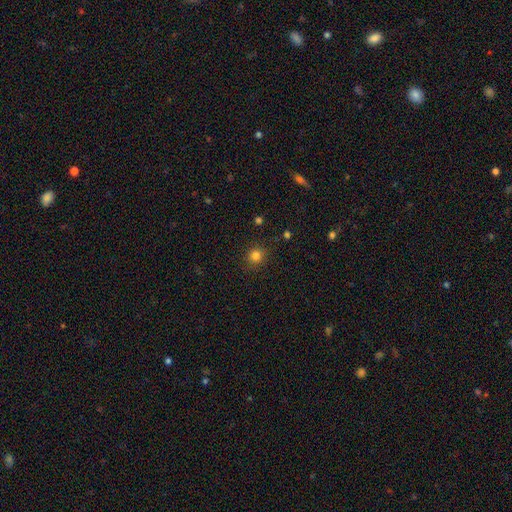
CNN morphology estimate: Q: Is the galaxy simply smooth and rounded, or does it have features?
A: smooth — 82%.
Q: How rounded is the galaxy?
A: round — 89%.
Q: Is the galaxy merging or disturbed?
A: none — 88%.